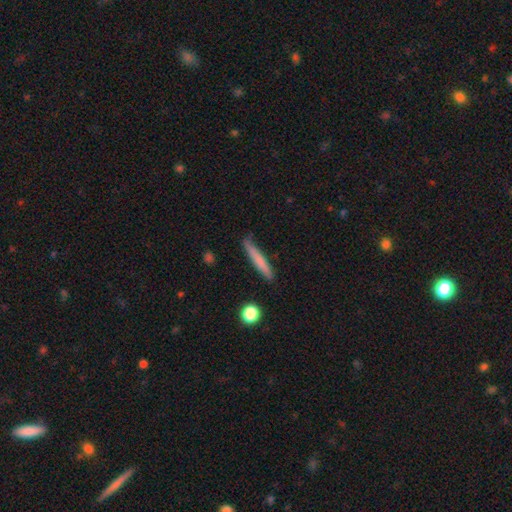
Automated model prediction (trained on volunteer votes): This appears to be a smooth galaxy with no disk features (66%) that is cigar-shaped (95%). Merging: none (85%).